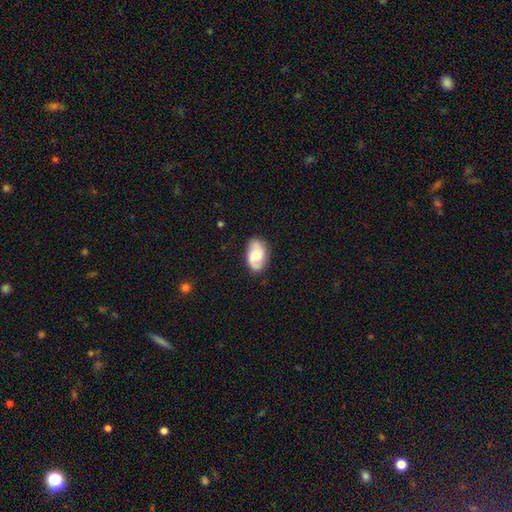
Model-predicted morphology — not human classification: type=featured or disk (68%); edge-on=no (97%); bar=no (52%); spiral arms=yes (94%); winding=medium (47%); arm count=2 (86%); bulge=moderate (49%); merging=none (78%).